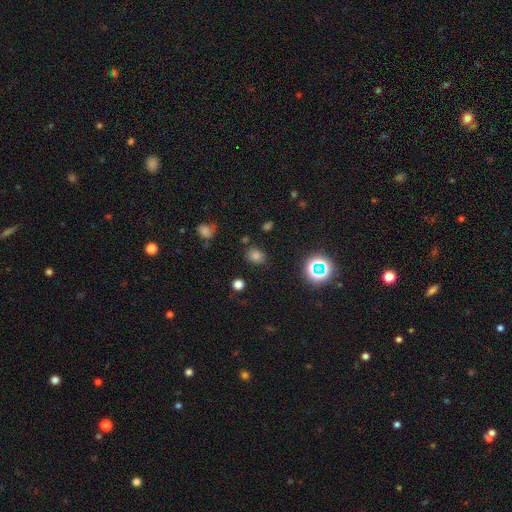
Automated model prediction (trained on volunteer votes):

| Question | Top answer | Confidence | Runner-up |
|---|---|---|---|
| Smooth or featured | smooth | 74% | star or artifact (20%) |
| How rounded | round | 51% | in between (48%) |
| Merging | none | 81% | minor disturbance (12%) |